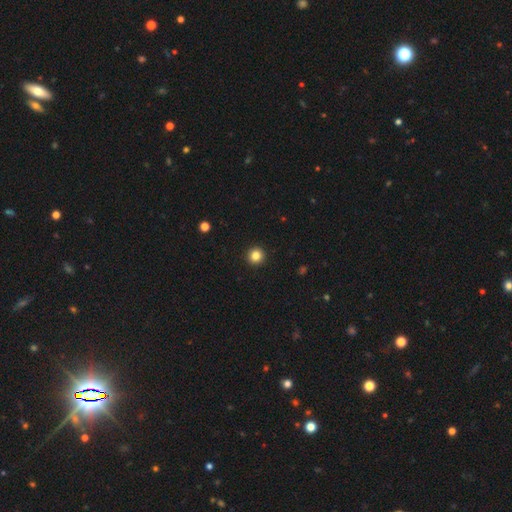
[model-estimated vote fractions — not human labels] The model was most divided on "smooth or featured": smooth: 84%, star or artifact: 11%, featured or disk: 5%. More confident: how rounded — round (95%); merging — none (94%).